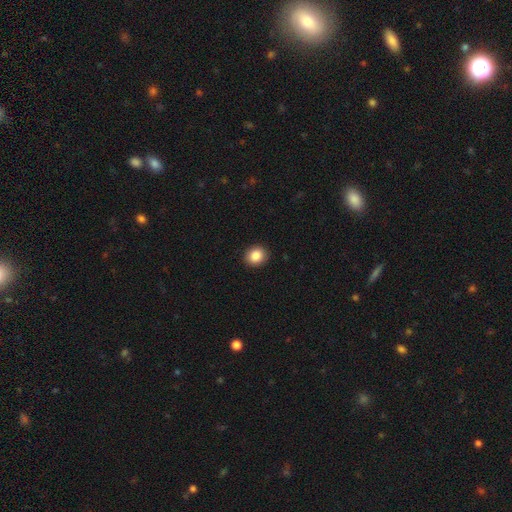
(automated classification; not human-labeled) Overall: smooth (86%). How rounded: round (73%). Merging: none (91%).